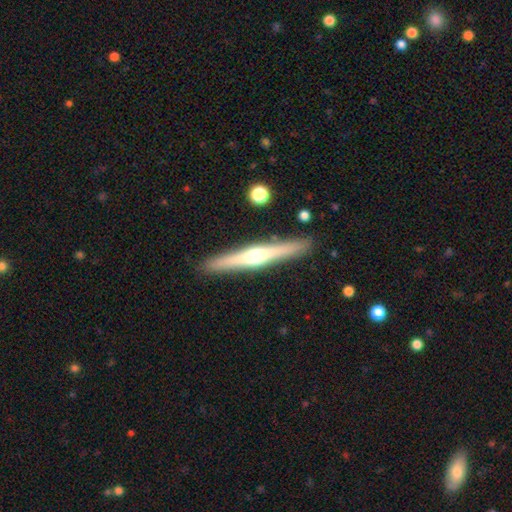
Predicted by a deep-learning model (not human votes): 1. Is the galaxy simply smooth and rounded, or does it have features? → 67% featured or disk, 27% smooth, 5% star or artifact.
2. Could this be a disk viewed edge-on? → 97% yes, 3% no.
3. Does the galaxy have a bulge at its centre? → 91% rounded, 6% none, 4% boxy.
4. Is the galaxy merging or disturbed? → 90% none, 7% minor disturbance, 2% merger, 2% major disturbance.